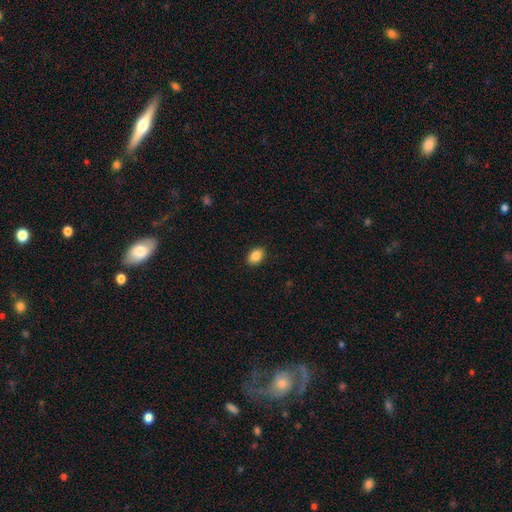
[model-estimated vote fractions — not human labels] The model was most divided on "how rounded": in between: 82%, round: 17%, cigar-shaped: 1%. More confident: merging — none (90%); smooth or featured — smooth (87%).